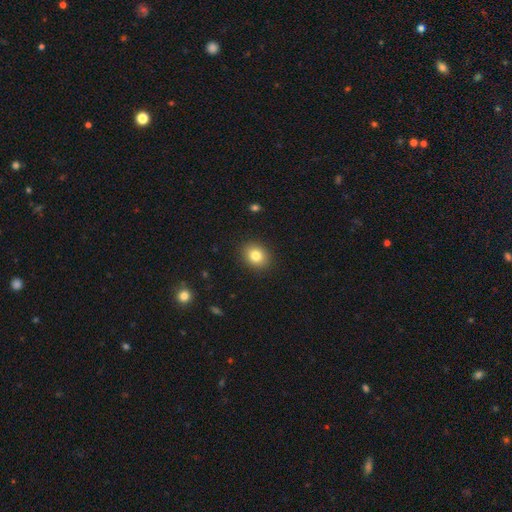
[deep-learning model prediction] smooth 82%, star or artifact 10%, featured or disk 8%. Down the decision tree: how rounded — round (58%); merging — none (90%).